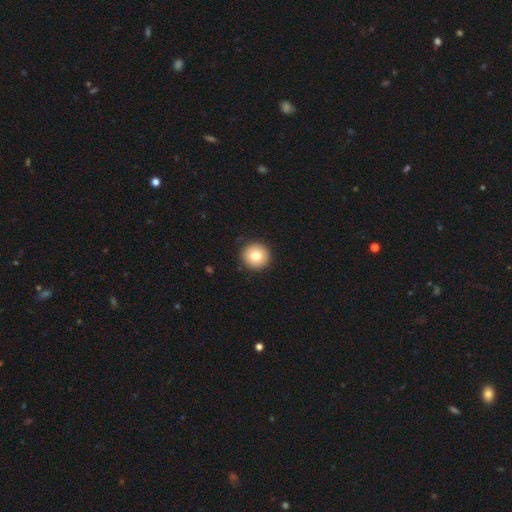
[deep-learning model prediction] smooth 78%, featured or disk 12%, star or artifact 10%. Down the decision tree: how rounded — round (95%); merging — none (92%).